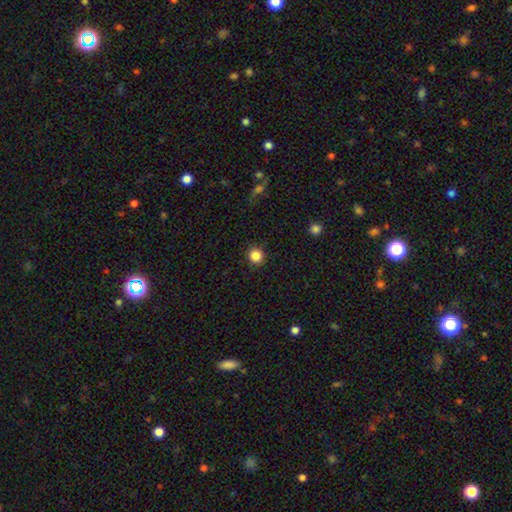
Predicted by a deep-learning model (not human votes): The model was most divided on "smooth or featured": smooth: 86%, star or artifact: 11%, featured or disk: 4%. More confident: how rounded — round (93%); merging — none (92%).